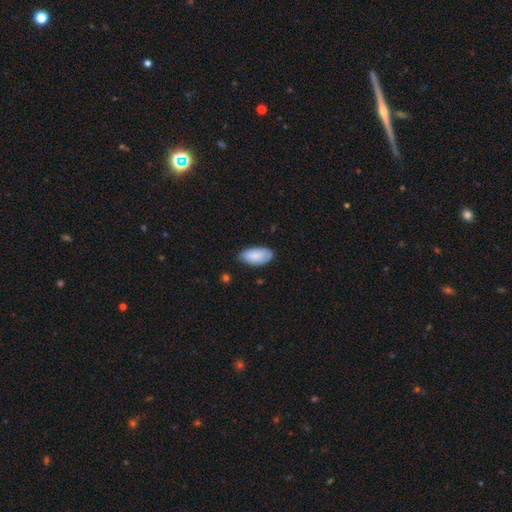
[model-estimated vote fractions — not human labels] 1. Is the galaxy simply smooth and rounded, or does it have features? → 82% smooth, 12% featured or disk, 6% star or artifact.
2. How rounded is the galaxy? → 95% in between, 3% cigar-shaped, 2% round.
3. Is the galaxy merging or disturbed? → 71% none, 24% minor disturbance, 4% major disturbance, 1% merger.